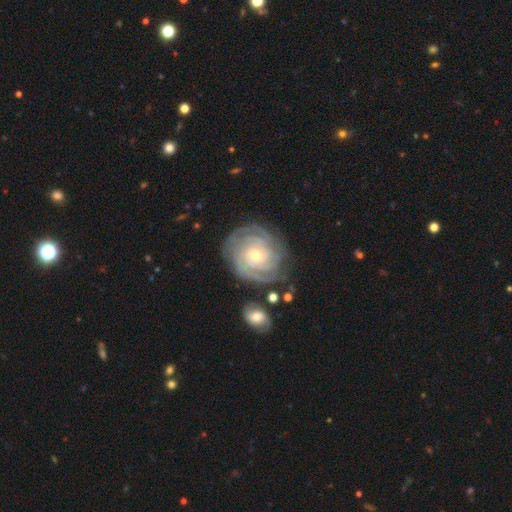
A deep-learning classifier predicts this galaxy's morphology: Smooth or featured? Predicted: featured or disk (p=0.87). Edge-on disk? Predicted: no (p=0.97). Bar? Predicted: no (p=0.75). Spiral arms? Predicted: yes (p=0.97). Spiral winding? Predicted: tight (p=0.81). Spiral arm count? Predicted: can't tell (p=0.26). Bulge size? Predicted: small (p=0.60). Merging? Predicted: none (p=0.77).